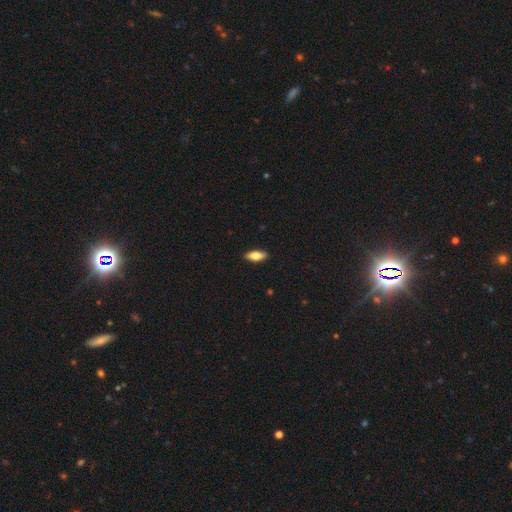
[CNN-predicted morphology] smooth-or-featured: smooth: 69% | featured or disk: 24% | star or artifact: 6%
  how-rounded: in between: 75% | cigar-shaped: 22% | round: 3%
  merging: none: 89% | minor disturbance: 8% | major disturbance: 2% | merger: 1%